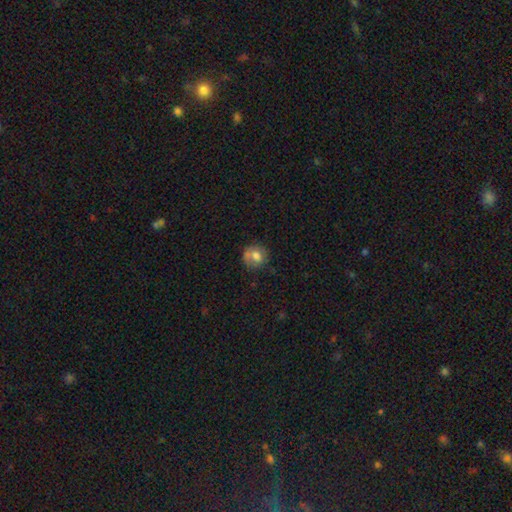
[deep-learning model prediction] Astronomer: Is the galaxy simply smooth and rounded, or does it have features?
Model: smooth — 75%.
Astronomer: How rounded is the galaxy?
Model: round — 83%.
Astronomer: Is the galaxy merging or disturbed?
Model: none — 63%.